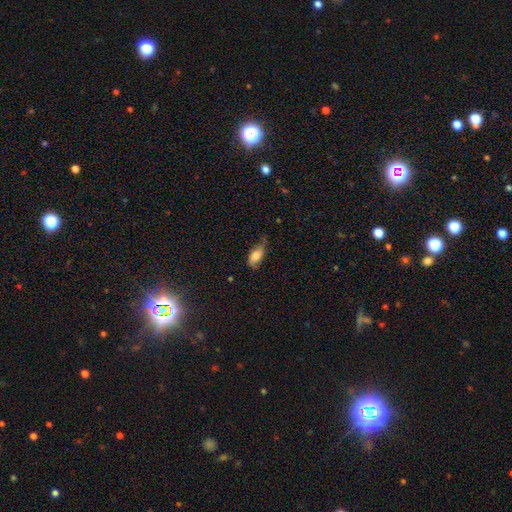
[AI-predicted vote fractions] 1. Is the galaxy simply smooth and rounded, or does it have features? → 68% smooth, 24% featured or disk, 9% star or artifact.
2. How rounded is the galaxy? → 86% in between, 9% cigar-shaped, 4% round.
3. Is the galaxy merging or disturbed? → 51% none, 36% minor disturbance, 11% major disturbance, 2% merger.